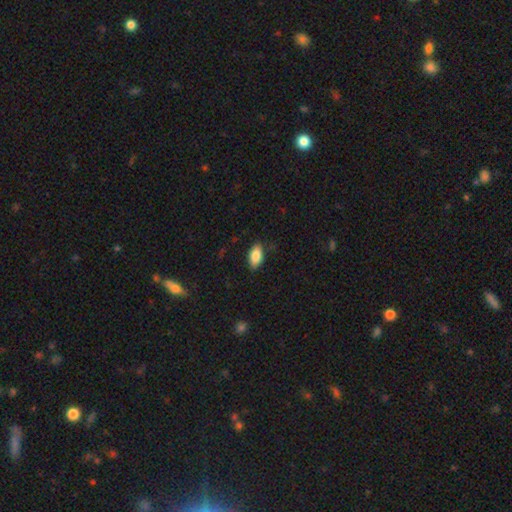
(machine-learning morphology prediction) type=smooth (84%); roundness=in between (91%); merging=none (84%).